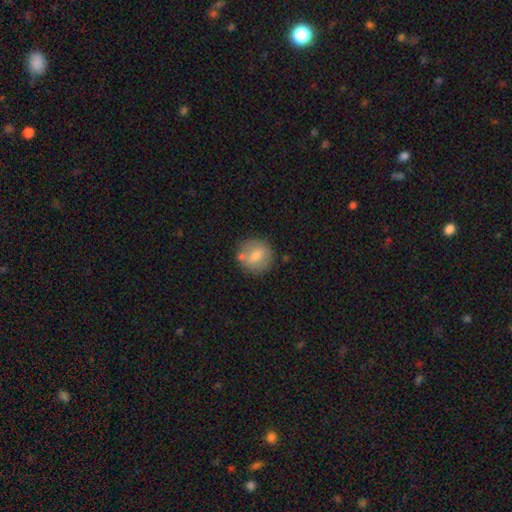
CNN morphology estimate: Overall: smooth (67%). How rounded: round (88%). Merging: none (75%).